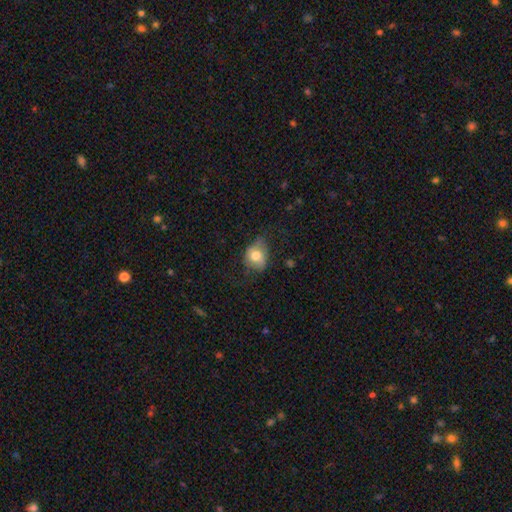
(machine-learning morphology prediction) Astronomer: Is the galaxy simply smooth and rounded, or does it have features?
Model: smooth — 71%.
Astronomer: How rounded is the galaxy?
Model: in between — 54% (runner-up: round, 45%).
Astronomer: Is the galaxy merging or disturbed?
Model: none — 53% (runner-up: minor disturbance, 31%).